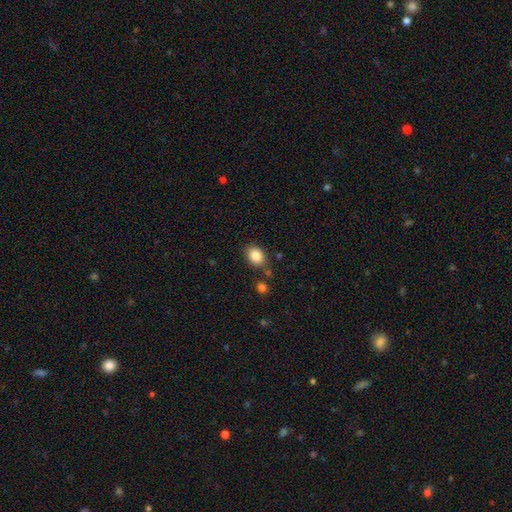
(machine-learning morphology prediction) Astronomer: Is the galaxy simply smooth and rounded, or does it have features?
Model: smooth — 86%.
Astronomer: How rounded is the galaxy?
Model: in between — 66%.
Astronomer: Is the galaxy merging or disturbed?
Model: none — 79%.